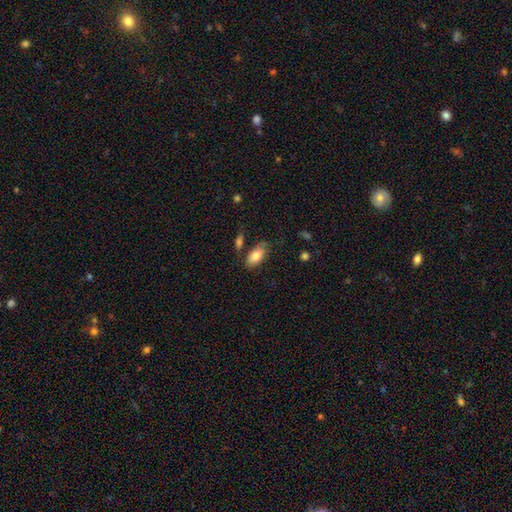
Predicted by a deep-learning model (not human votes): Q: Smooth or featured?
A: smooth (82%); runner-up: featured or disk (11%)
Q: How rounded?
A: in between (90%); runner-up: cigar-shaped (7%)
Q: Merging?
A: none (68%); runner-up: minor disturbance (19%)